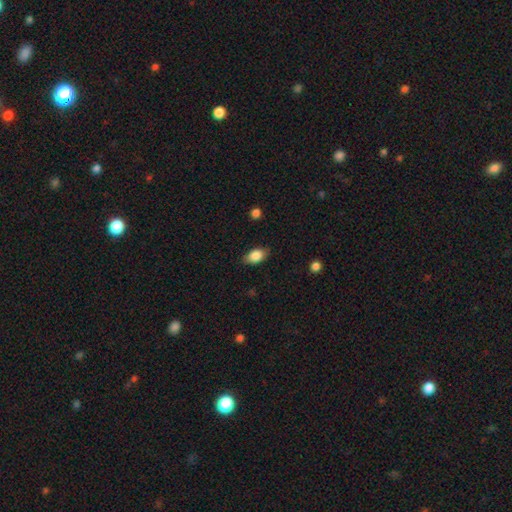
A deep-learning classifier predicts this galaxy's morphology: smooth-or-featured: smooth: 84% | featured or disk: 8% | star or artifact: 7%
  how-rounded: in between: 90% | round: 8% | cigar-shaped: 3%
  merging: none: 83% | minor disturbance: 13% | major disturbance: 3% | merger: 1%